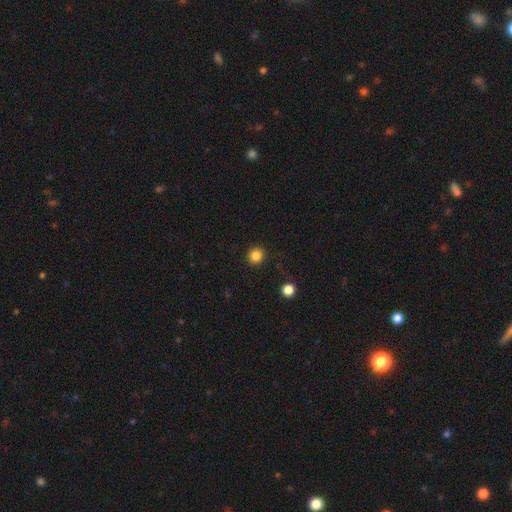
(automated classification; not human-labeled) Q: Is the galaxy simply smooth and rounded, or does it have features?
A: smooth — 85%.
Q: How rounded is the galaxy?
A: round — 91%.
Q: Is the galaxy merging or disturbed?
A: none — 91%.